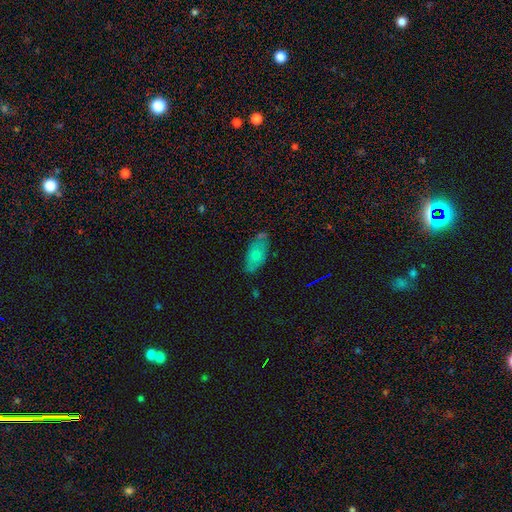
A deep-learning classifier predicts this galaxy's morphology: A smooth galaxy with no disk features (68%) that is in between round and cigar-shaped (88%).

Vote fractions:
- Smooth or featured? smooth: 68% / featured or disk: 23% / star or artifact: 9%
- How rounded? in between: 88% / cigar-shaped: 9% / round: 3%
- Merging? none: 64% / minor disturbance: 23% / merger: 8% / major disturbance: 5%